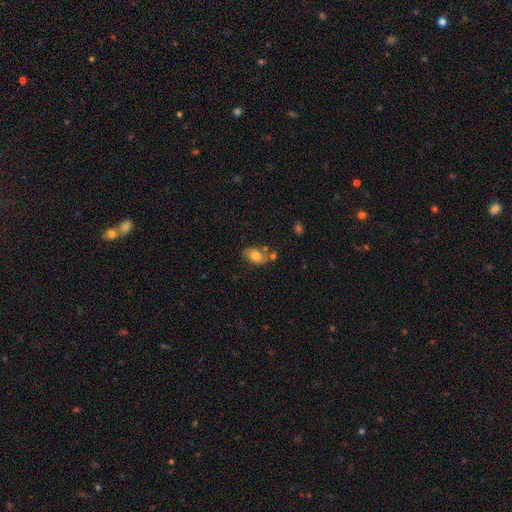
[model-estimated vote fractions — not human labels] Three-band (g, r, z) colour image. It shows a smooth galaxy with no disk features (71%) that is in between round and cigar-shaped (82%). Merging: none (59%).